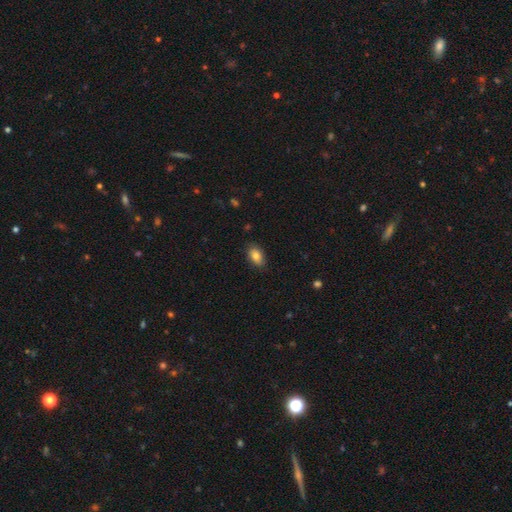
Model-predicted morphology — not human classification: Overall: smooth (83%). How rounded: in between (90%). Merging: none (84%).